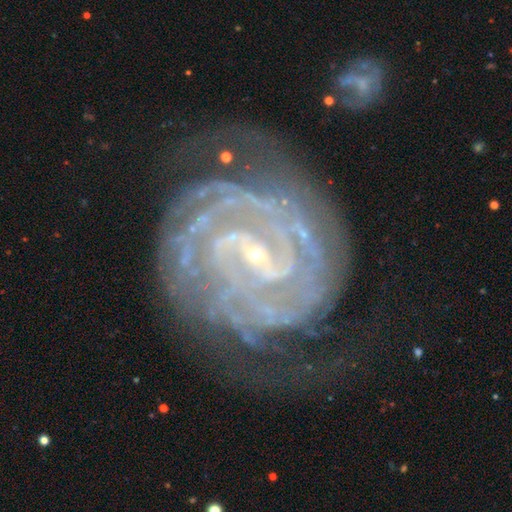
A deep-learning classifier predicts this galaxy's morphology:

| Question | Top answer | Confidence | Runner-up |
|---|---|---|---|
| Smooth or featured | featured or disk | 91% | star or artifact (5%) |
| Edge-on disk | no | 97% | yes (3%) |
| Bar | weak | 44% | strong (30%) |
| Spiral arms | yes | 98% | no (2%) |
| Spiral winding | tight | 82% | medium (15%) |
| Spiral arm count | can't tell | 24% | 2 (22%) |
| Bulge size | small | 86% | moderate (10%) |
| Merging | none | 63% | minor disturbance (21%) |